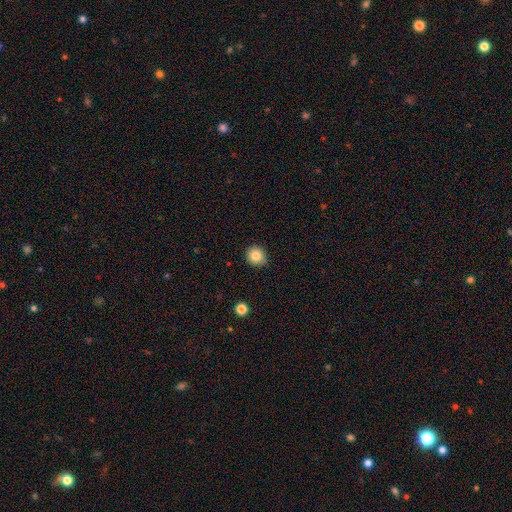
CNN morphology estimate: Smooth or featured? smooth (83%)
How rounded? round (90%)
Merging? none (86%)